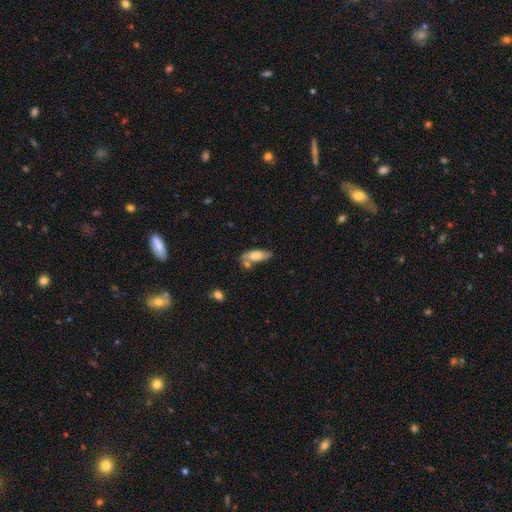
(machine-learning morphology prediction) Q: Smooth or featured?
A: smooth (68%); runner-up: featured or disk (25%)
Q: How rounded?
A: in between (68%); runner-up: cigar-shaped (30%)
Q: Merging?
A: none (54%); runner-up: minor disturbance (21%)